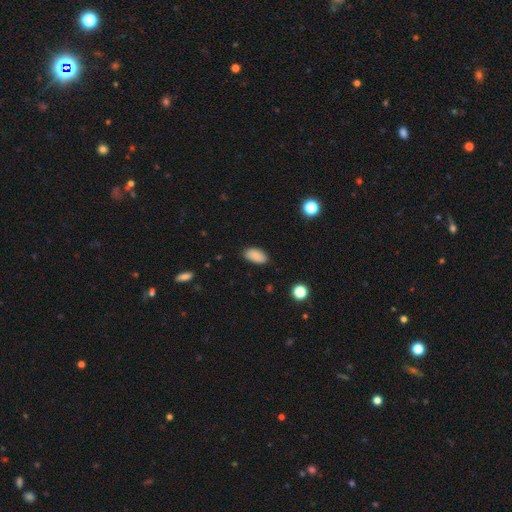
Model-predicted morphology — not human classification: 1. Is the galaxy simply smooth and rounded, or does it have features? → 85% smooth, 8% star or artifact, 7% featured or disk.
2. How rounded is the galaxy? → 94% in between, 4% round, 2% cigar-shaped.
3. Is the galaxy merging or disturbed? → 85% none, 12% minor disturbance, 2% major disturbance, 1% merger.